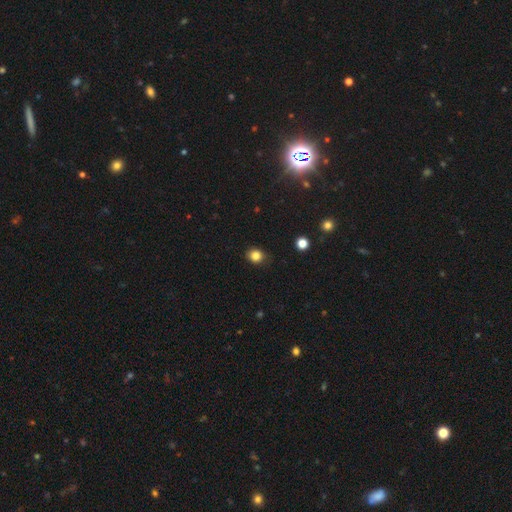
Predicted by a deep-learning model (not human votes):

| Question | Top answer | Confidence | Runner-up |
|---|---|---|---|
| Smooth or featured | smooth | 83% | star or artifact (12%) |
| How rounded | round | 69% | in between (30%) |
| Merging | none | 83% | minor disturbance (14%) |